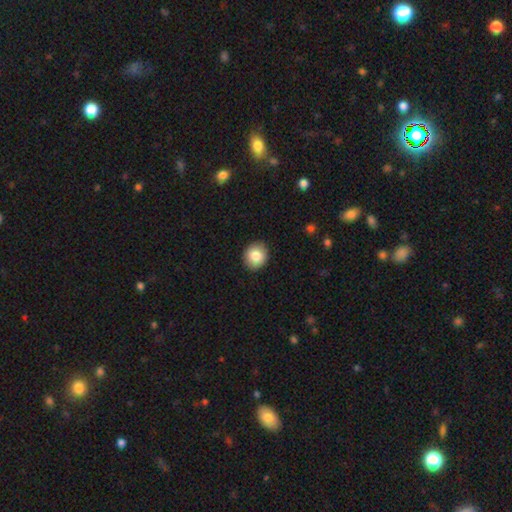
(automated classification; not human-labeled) Morphology: type=smooth (83%); roundness=round (78%); merging=none (91%).